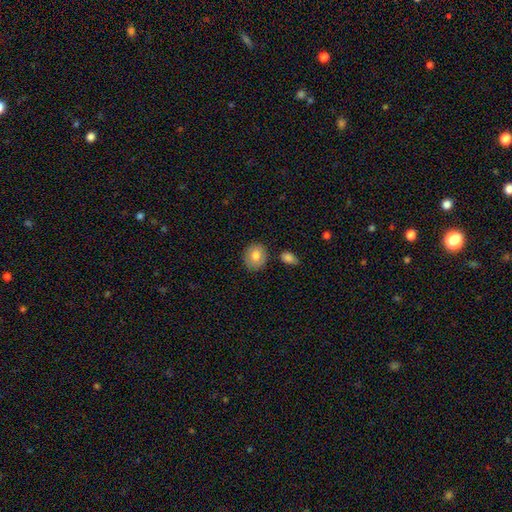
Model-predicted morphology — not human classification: A smooth galaxy with no disk features (79%) that is round (72%). Merging: none (82%).